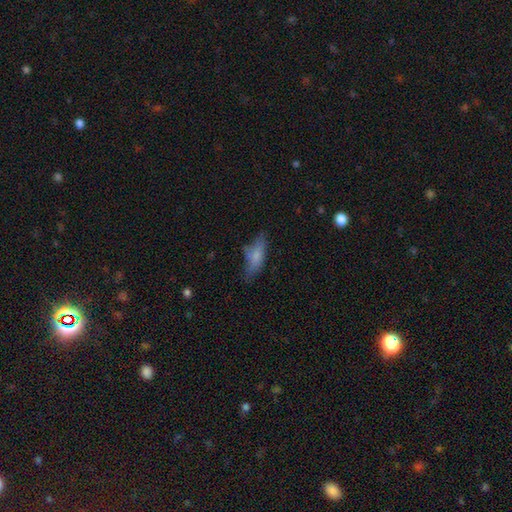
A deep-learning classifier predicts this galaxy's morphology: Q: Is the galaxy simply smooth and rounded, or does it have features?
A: smooth — 70%.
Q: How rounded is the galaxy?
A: in between — 62%.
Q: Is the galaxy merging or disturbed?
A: none — 55%.